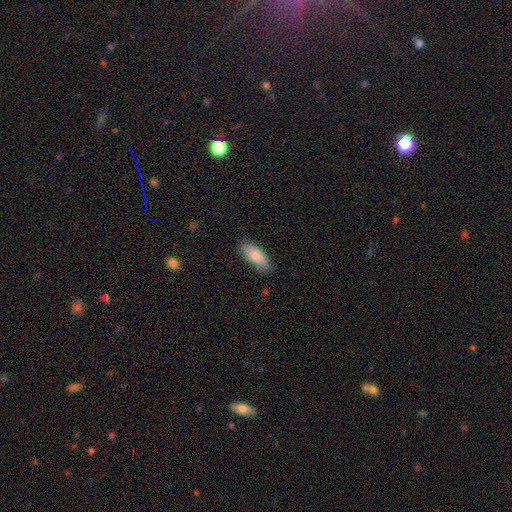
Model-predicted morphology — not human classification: A smooth galaxy with no disk features (86%) that is in between round and cigar-shaped (85%).

Vote fractions:
- Smooth or featured? smooth: 86% / featured or disk: 9% / star or artifact: 6%
- How rounded? in between: 85% / cigar-shaped: 13% / round: 2%
- Merging? none: 80% / minor disturbance: 16% / major disturbance: 3% / merger: 1%